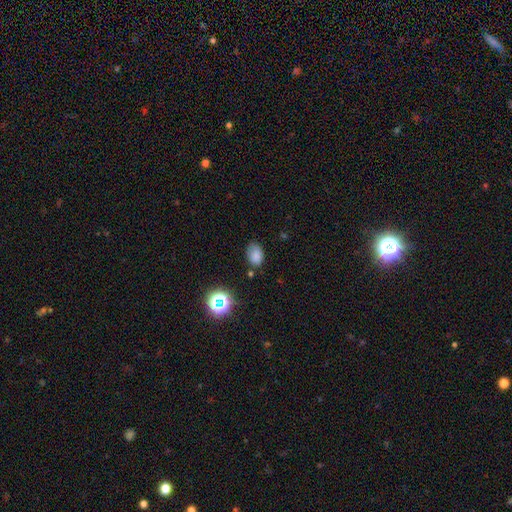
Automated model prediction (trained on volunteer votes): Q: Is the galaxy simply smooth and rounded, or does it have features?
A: smooth — 78%.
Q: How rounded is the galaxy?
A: in between — 80%.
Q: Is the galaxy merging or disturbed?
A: none — 68%.